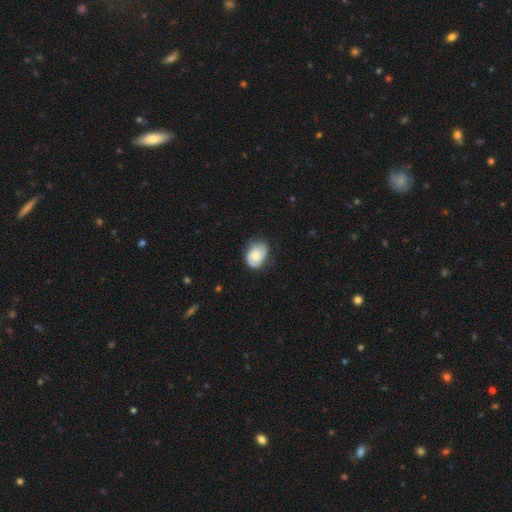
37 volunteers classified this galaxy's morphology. smooth 57%, featured or disk 41%, star or artifact 3%. Down the decision tree: how rounded — in between (52%); merging — none (75%).